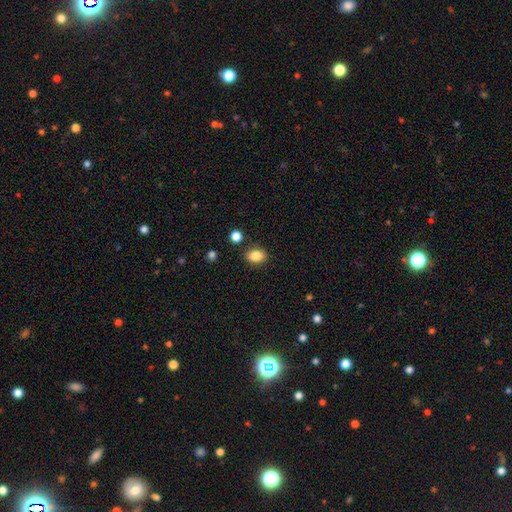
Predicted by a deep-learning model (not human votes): Q: Smooth or featured?
A: smooth (85%); runner-up: star or artifact (10%)
Q: How rounded?
A: in between (68%); runner-up: round (31%)
Q: Merging?
A: none (83%); runner-up: minor disturbance (10%)